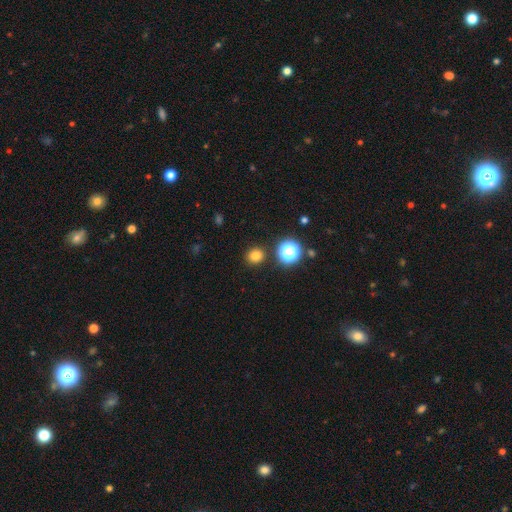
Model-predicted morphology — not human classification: This appears to be a smooth galaxy with no disk features (78%) that is round (87%). Merging: none (89%).